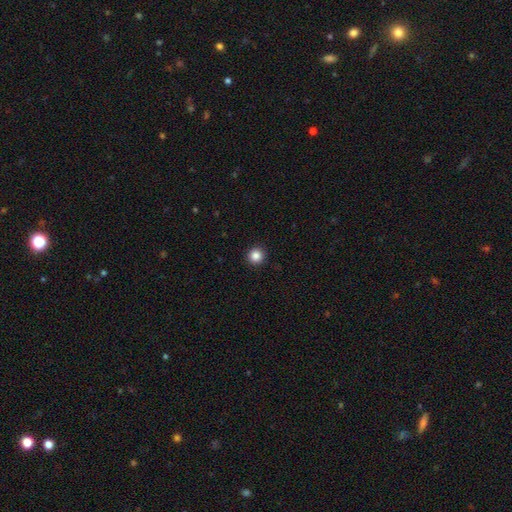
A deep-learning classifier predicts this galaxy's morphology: smooth 86%, star or artifact 11%, featured or disk 4%. Down the decision tree: how rounded — round (95%); merging — none (93%).